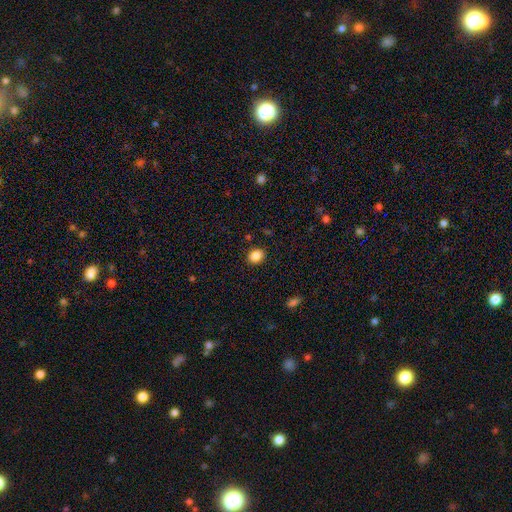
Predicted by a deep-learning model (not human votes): Q: Smooth or featured?
A: smooth (87%); runner-up: star or artifact (9%)
Q: How rounded?
A: round (54%); runner-up: in between (45%)
Q: Merging?
A: none (89%); runner-up: minor disturbance (7%)